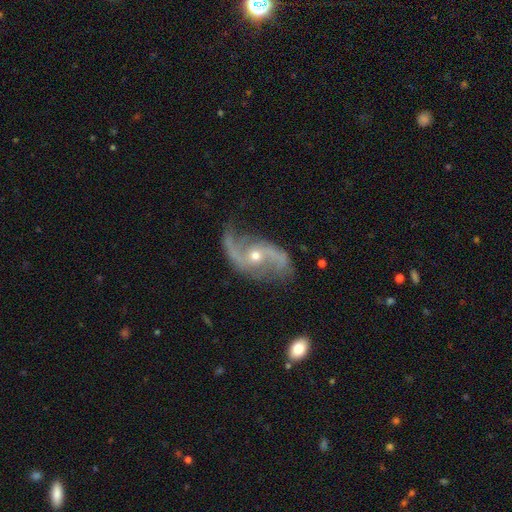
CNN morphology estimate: smooth-or-featured: featured or disk: 91% | star or artifact: 5% | smooth: 4%
  disk-edge-on: no: 97% | yes: 3%
    bar: no: 57% | weak: 31% | strong: 12%
    has-spiral-arms: yes: 97% | no: 3%
      spiral-winding: loose: 67% | medium: 26% | tight: 7%
      spiral-arm-count: 2: 92% | can't tell: 2% | 1: 2% | 3: 2% | 4: 1% | more than 4: 1%
    bulge-size: moderate: 52% | small: 45% | large: 2% | none: 1% | dominant: 1%
  merging: none: 67% | minor disturbance: 20% | major disturbance: 10% | merger: 2%